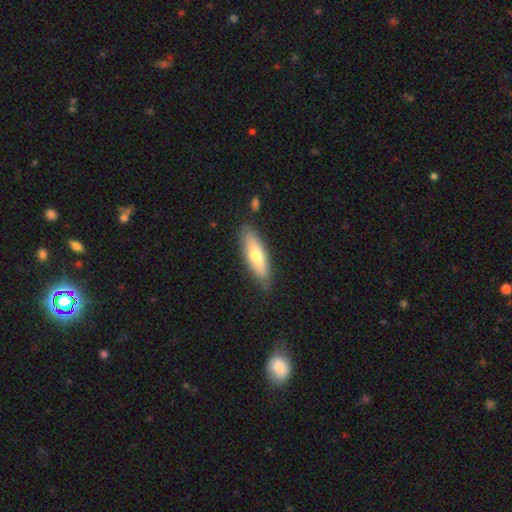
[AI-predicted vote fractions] Overall: smooth (62%; featured or disk 33%). How rounded: in between (52%; cigar-shaped 46%). Merging: none (82%).